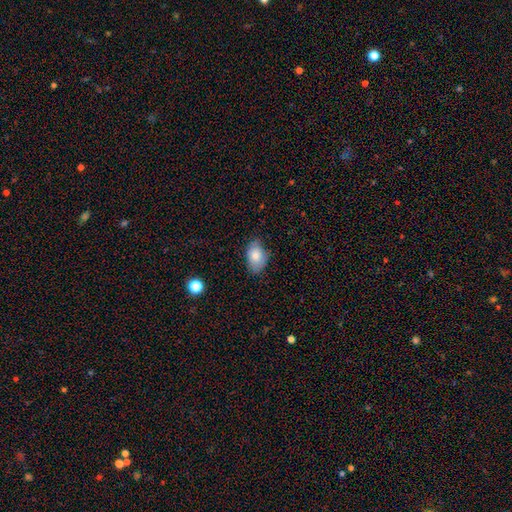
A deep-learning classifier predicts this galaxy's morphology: This is clearly a smooth galaxy (81%). How rounded: clearly in between (87%). Merging: likely none (74%).